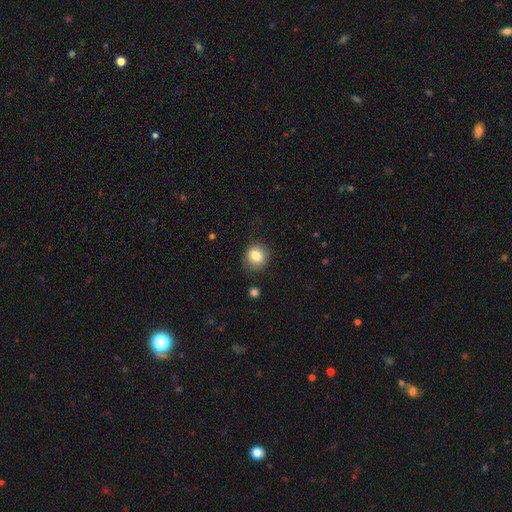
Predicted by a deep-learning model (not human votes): This is clearly a smooth galaxy (83%). How rounded: likely round (75%). Merging: likely none (80%).